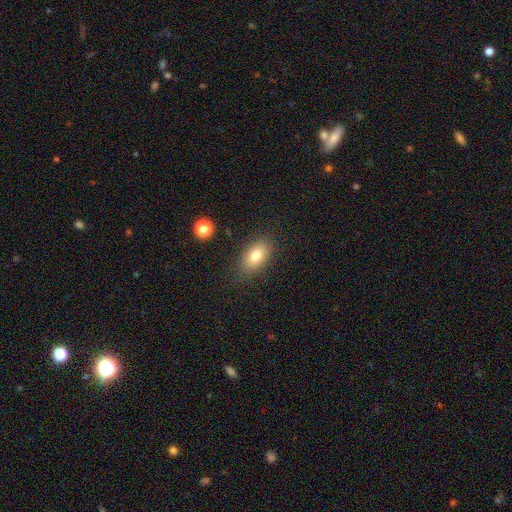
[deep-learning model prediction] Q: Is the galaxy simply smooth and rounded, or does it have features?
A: smooth — 78%.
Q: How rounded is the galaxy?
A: in between — 88%.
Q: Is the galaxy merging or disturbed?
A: none — 83%.